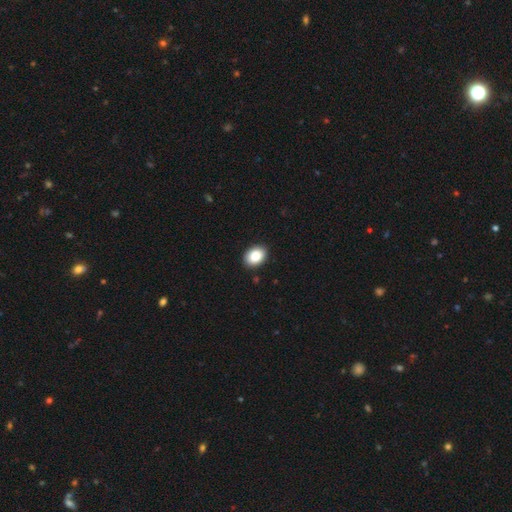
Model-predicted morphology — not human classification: type=smooth (86%); roundness=in between (74%); merging=none (91%).